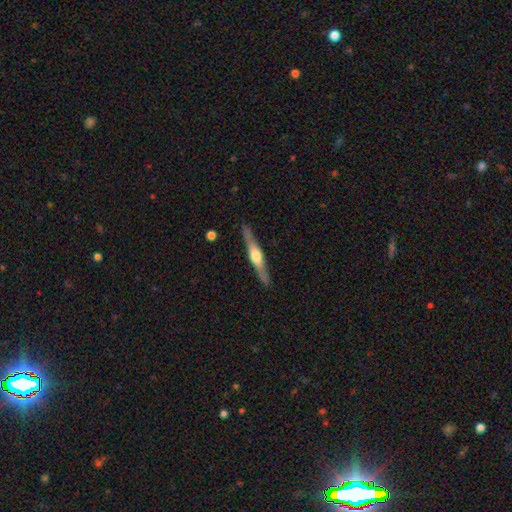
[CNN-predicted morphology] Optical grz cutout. It shows a featured or disk galaxy (75%) viewed edge-on (98%) with a rounded central bulge (90%). Merging: none (90%).